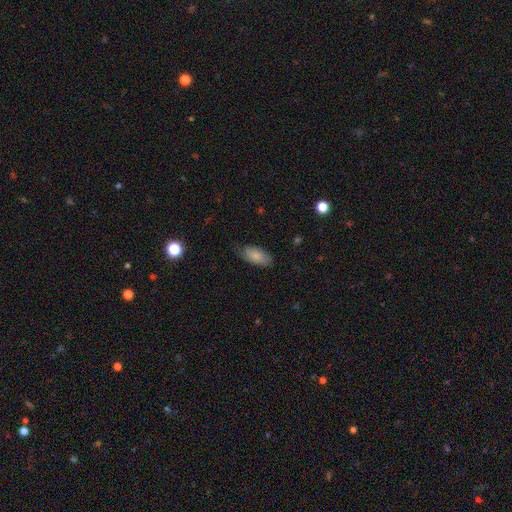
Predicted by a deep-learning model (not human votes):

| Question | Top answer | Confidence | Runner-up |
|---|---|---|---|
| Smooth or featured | smooth | 81% | featured or disk (12%) |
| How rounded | in between | 90% | cigar-shaped (8%) |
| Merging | none | 67% | minor disturbance (26%) |